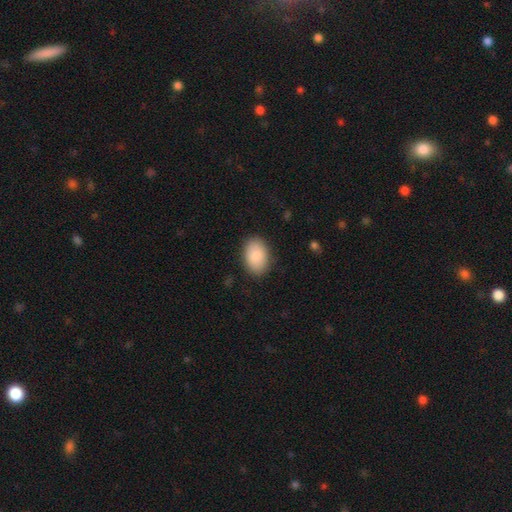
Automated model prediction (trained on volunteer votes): smooth-or-featured: smooth: 87% | featured or disk: 7% | star or artifact: 6%
  how-rounded: in between: 88% | round: 11% | cigar-shaped: 1%
  merging: none: 87% | minor disturbance: 10% | major disturbance: 2% | merger: 1%